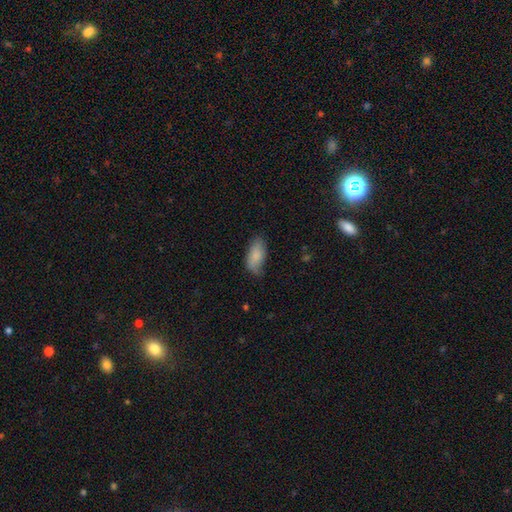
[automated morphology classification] A smooth galaxy with no disk features (84%) that is in between round and cigar-shaped (91%).

Vote fractions:
- Smooth or featured? smooth: 84% / featured or disk: 10% / star or artifact: 6%
- How rounded? in between: 91% / cigar-shaped: 7% / round: 2%
- Merging? none: 64% / minor disturbance: 29% / major disturbance: 6% / merger: 1%